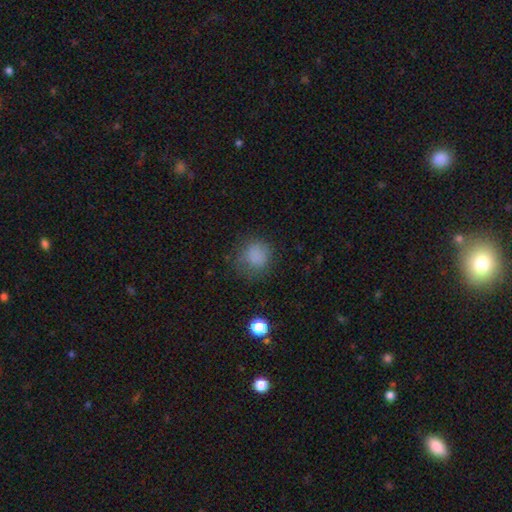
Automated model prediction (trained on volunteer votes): This appears to be a smooth galaxy with no disk features (79%) that is round (83%). Merging: none (68%).